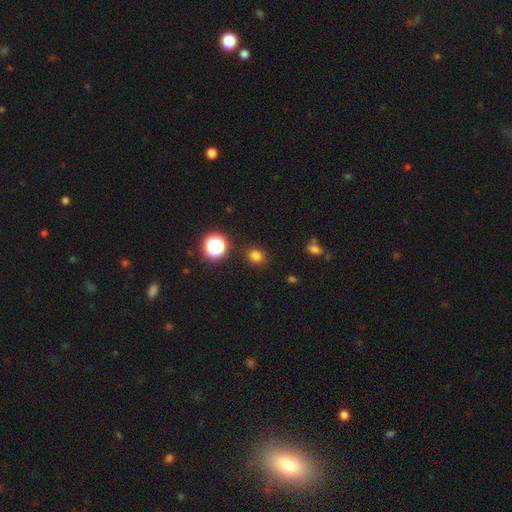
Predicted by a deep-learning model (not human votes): A smooth galaxy with no disk features (79%) that is round (68%).

Vote fractions:
- Smooth or featured? smooth: 79% / star or artifact: 17% / featured or disk: 4%
- How rounded? round: 68% / in between: 31% / cigar-shaped: 1%
- Merging? none: 88% / minor disturbance: 8% / major disturbance: 3% / merger: 2%